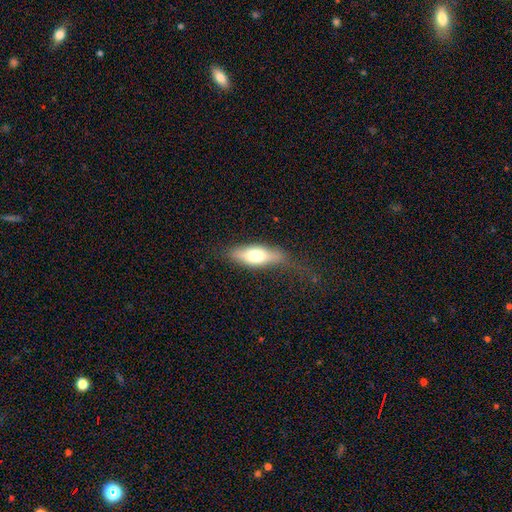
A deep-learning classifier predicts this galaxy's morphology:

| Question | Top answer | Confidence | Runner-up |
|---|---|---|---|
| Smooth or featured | smooth | 64% | featured or disk (30%) |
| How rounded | in between | 64% | cigar-shaped (33%) |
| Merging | none | 58% | minor disturbance (27%) |